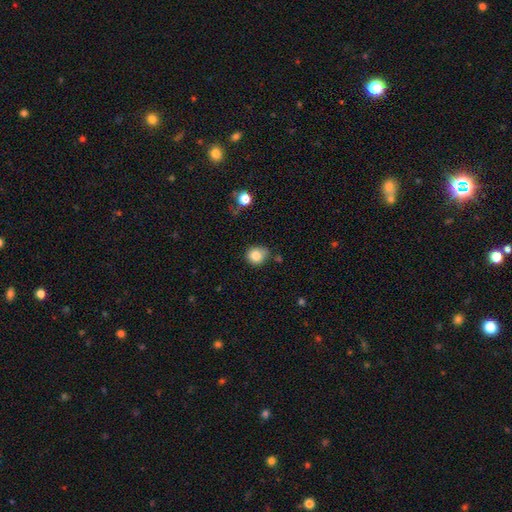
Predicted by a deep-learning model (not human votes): Smooth or featured? Predicted: smooth (p=0.83). How rounded? Predicted: round (p=0.81). Merging? Predicted: none (p=0.69).